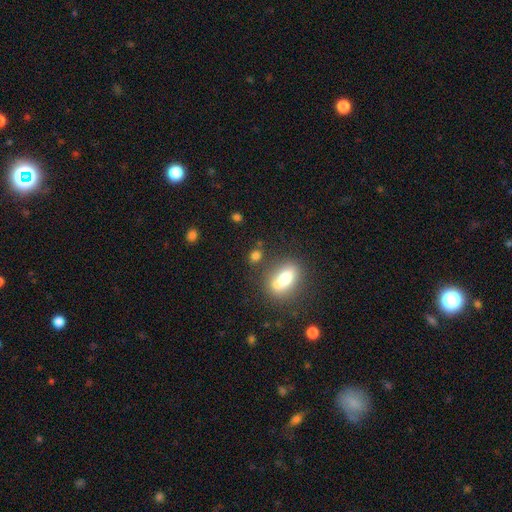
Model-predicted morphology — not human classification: Smooth or featured?
  - smooth: 75% *
  - star or artifact: 14%
  - featured or disk: 12%
How rounded?
  - in between: 51% *
  - round: 43%
  - cigar-shaped: 7%
Merging?
  - none: 63% *
  - merger: 18%
  - minor disturbance: 13%
  - major disturbance: 5%